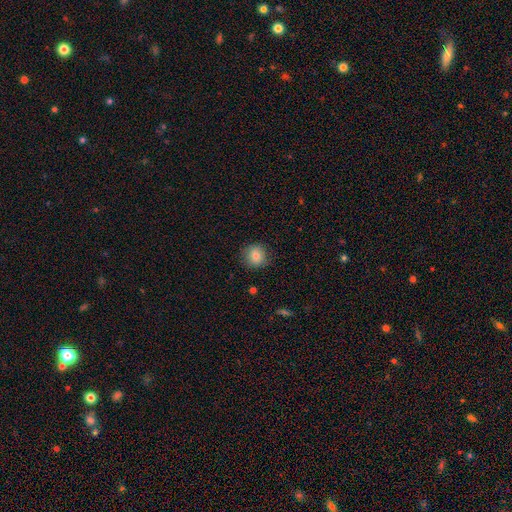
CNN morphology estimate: This is clearly a smooth galaxy (80%). How rounded: clearly round (89%). Merging: clearly none (85%).